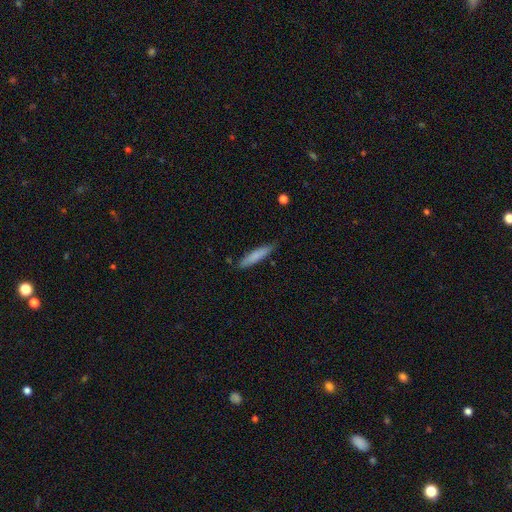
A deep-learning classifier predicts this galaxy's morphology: A smooth galaxy with no disk features (79%) that is cigar-shaped (88%). Merging: none (81%).